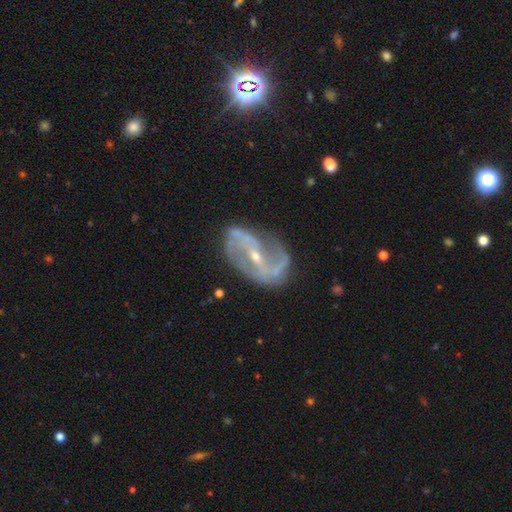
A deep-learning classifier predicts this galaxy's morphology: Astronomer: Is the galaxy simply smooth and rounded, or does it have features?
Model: featured or disk — 89%.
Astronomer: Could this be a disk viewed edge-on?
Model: no — 96%.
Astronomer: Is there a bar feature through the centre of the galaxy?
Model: strong — 52% (runner-up: weak, 28%).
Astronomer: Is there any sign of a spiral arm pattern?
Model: yes — 93%.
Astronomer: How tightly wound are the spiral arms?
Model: loose — 45% (runner-up: medium, 39%).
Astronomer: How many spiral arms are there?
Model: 2 — 84%.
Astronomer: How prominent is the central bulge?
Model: small — 73%.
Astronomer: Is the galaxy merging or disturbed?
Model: none — 67%.